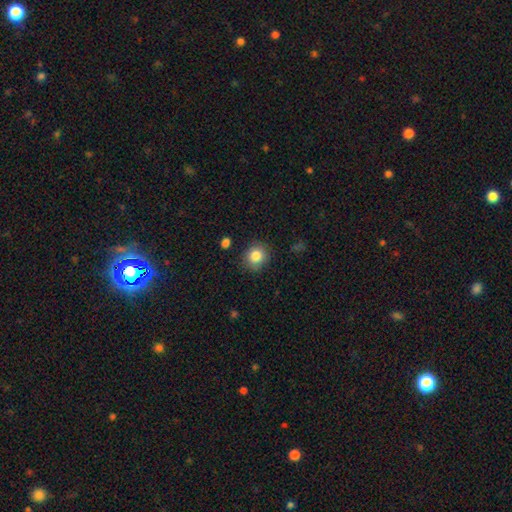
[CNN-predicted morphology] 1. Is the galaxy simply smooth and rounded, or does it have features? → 84% smooth, 9% star or artifact, 7% featured or disk.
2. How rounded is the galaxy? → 82% round, 17% in between, 1% cigar-shaped.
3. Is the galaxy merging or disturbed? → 85% none, 10% minor disturbance, 3% major disturbance, 2% merger.